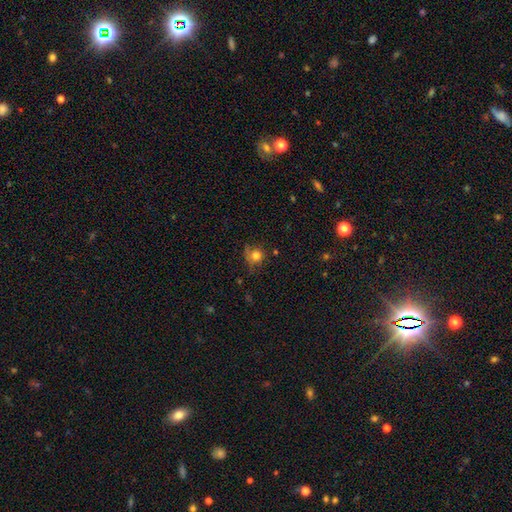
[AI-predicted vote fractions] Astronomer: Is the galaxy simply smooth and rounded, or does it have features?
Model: smooth — 75%.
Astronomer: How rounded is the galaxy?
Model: round — 84%.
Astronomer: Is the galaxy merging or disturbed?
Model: none — 56%.